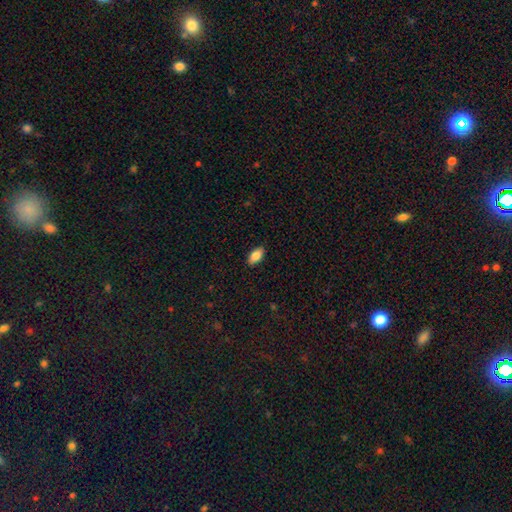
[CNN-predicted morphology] smooth_or_featured: smooth (p=0.86) [alt: star or artifact p=0.07]
how_rounded: in between (p=0.91) [alt: cigar-shaped p=0.06]
merging: none (p=0.89) [alt: minor disturbance p=0.08]